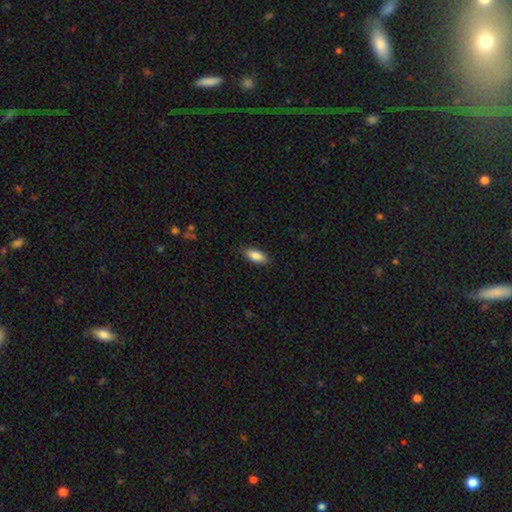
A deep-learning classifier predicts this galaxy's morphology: Smooth or featured?
  - smooth: 87% *
  - featured or disk: 7%
  - star or artifact: 7%
How rounded?
  - in between: 85% *
  - cigar-shaped: 13%
  - round: 2%
Merging?
  - none: 83% *
  - minor disturbance: 14%
  - major disturbance: 3%
  - merger: 1%